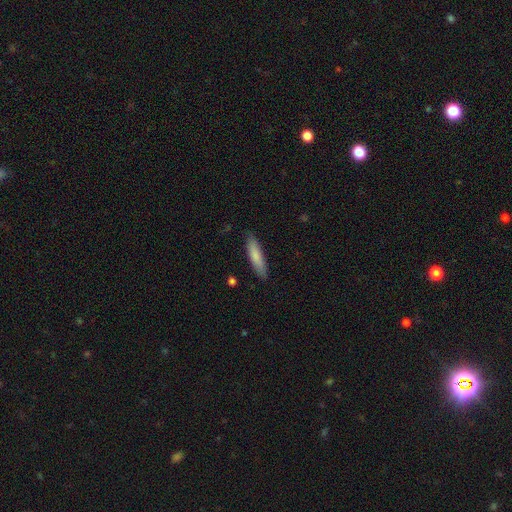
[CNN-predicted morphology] smooth_or_featured: smooth (p=0.80) [alt: featured or disk p=0.15]
how_rounded: cigar-shaped (p=0.78) [alt: in between p=0.20]
merging: none (p=0.87) [alt: minor disturbance p=0.10]